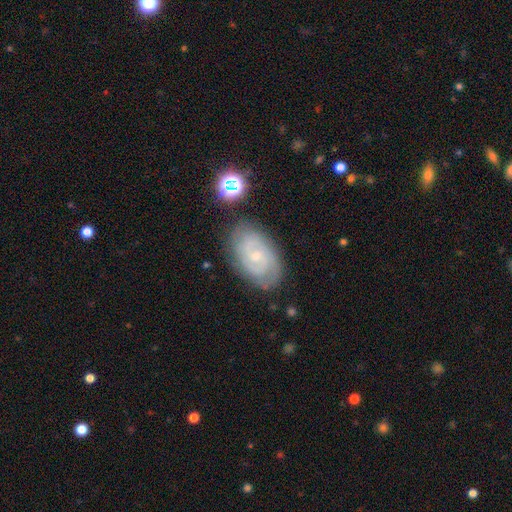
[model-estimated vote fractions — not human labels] This is likely a featured or disk galaxy (79%). It is clearly not viewed edge-on (96%). Bar: likely no (68%). Spiral arm pattern: clearly yes (94%). Spiral arm count: possibly 2 (46%). Spiral winding: likely tight (65%). Central bulge: likely small (73%). Merging: likely none (77%).